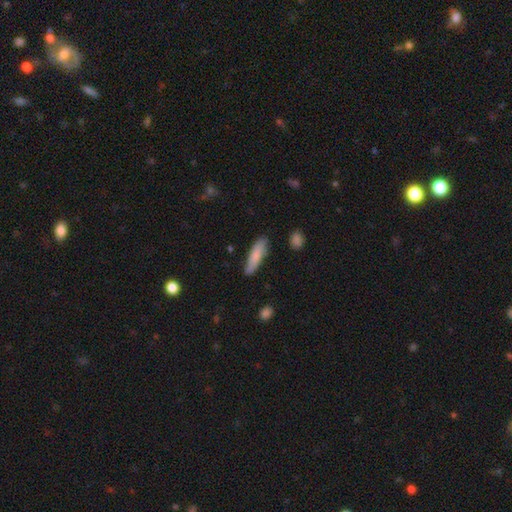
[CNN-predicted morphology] This is likely a smooth galaxy (80%). How rounded: likely cigar-shaped (71%). Merging: likely none (79%).